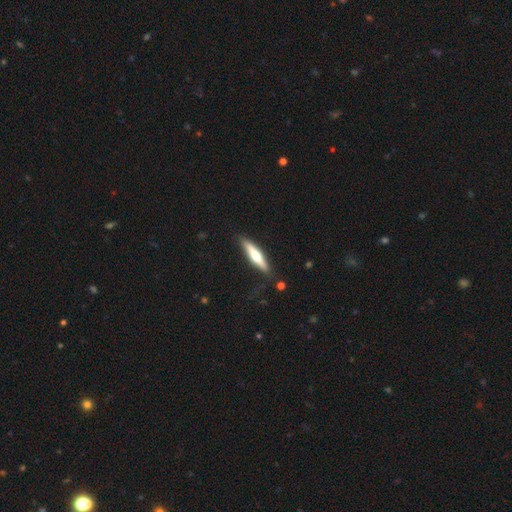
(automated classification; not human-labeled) This appears to be a featured or disk galaxy (50%). Merging: none (82%).